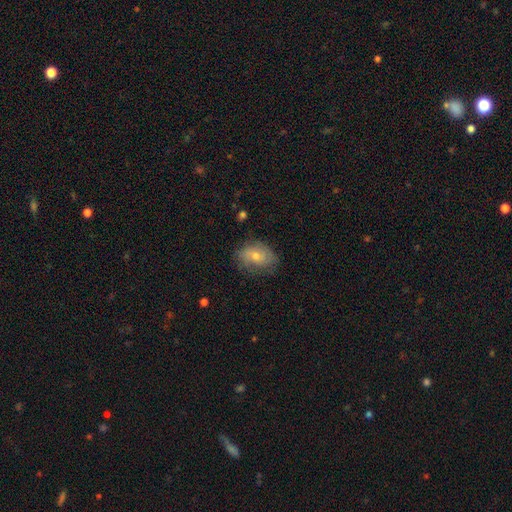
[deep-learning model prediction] This appears to be a smooth galaxy with no disk features (50%). Merging: none (71%).